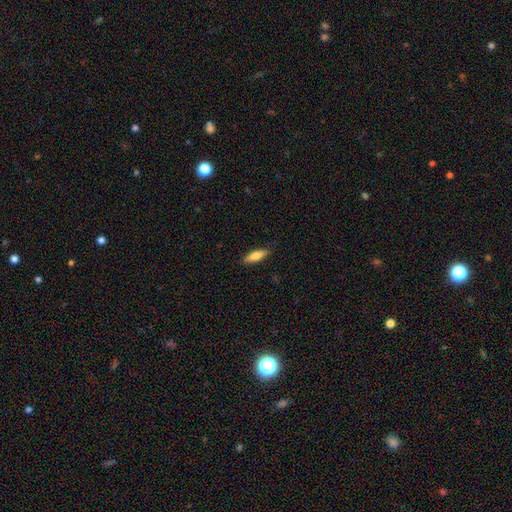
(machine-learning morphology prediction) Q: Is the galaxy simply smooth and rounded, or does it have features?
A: smooth — 77%.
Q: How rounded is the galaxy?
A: cigar-shaped — 54%.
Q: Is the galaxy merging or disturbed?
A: none — 88%.